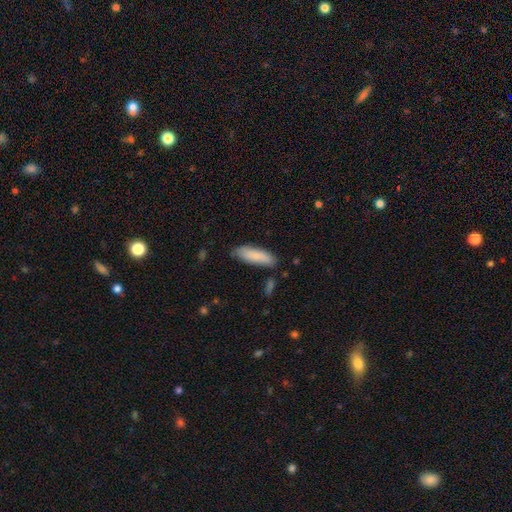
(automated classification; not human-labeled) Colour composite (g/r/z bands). It shows a smooth galaxy with no disk features (84%) that is cigar-shaped (50%). Merging: none (78%).